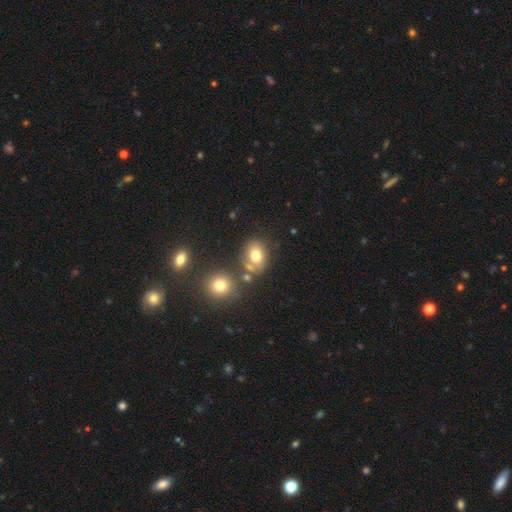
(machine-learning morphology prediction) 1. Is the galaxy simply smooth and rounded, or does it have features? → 72% smooth, 14% star or artifact, 14% featured or disk.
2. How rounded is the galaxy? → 54% in between, 44% round, 1% cigar-shaped.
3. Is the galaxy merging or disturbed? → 61% none, 18% merger, 15% minor disturbance, 6% major disturbance.